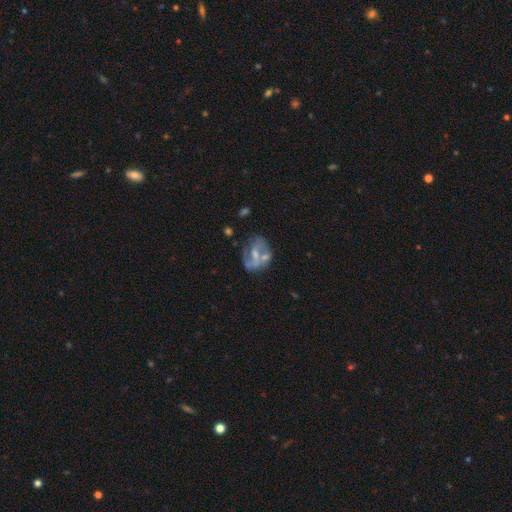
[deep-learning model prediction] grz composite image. It shows a featured or disk galaxy (66%) with no bar (52%), no spiral arms (51%) and a moderate central bulge (41%). Merging: none (42%).